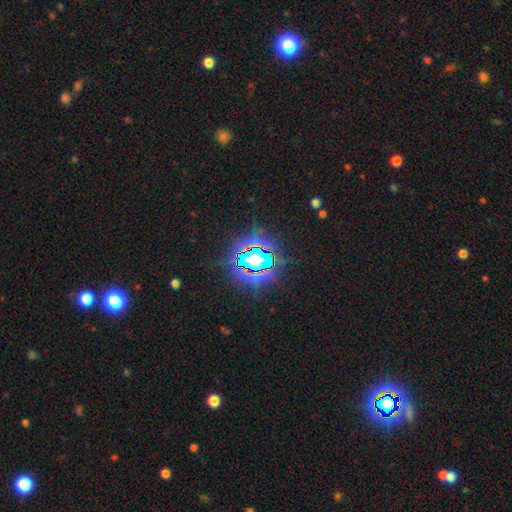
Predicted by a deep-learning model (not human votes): This appears to be a star or artifact, not a galaxy (78%).